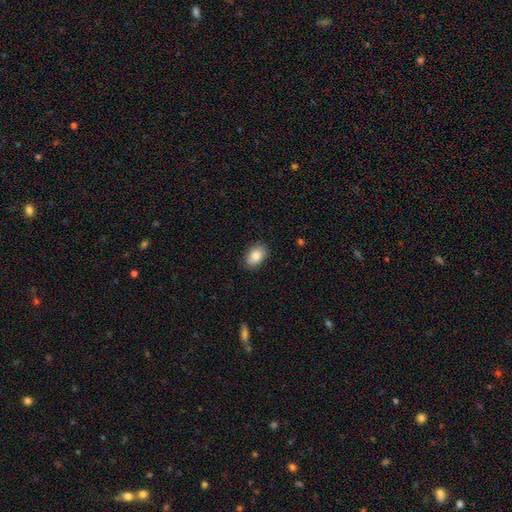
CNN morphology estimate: Smooth or featured?
  - smooth: 86% *
  - star or artifact: 7%
  - featured or disk: 7%
How rounded?
  - in between: 87% *
  - round: 12%
  - cigar-shaped: 1%
Merging?
  - none: 87% *
  - minor disturbance: 10%
  - major disturbance: 2%
  - merger: 1%